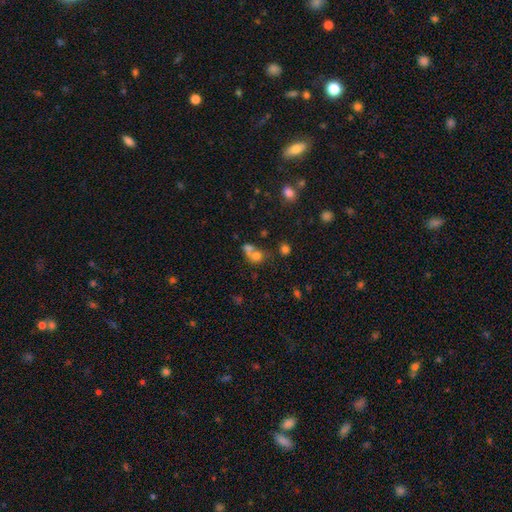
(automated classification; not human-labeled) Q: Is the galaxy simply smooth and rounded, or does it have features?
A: smooth — 68%.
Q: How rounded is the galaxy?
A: round — 73%.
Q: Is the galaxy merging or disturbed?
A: merger — 54%.